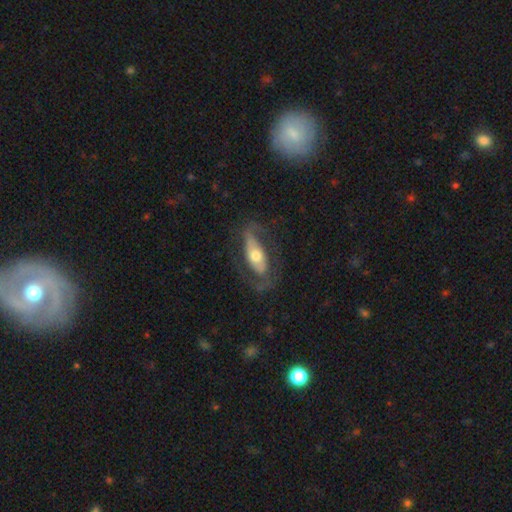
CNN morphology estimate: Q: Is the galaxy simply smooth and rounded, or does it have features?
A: featured or disk — 63%.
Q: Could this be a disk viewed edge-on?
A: no — 85%.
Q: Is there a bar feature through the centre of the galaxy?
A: no — 59%.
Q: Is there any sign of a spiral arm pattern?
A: yes — 65%.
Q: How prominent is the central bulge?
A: moderate — 64%.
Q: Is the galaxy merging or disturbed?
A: none — 64%.